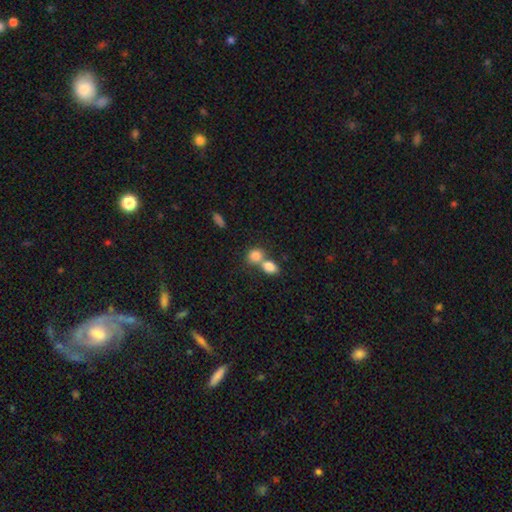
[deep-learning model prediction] Smooth or featured? Predicted: smooth (p=0.82). How rounded? Predicted: round (p=0.52). Merging? Predicted: merger (p=0.62).